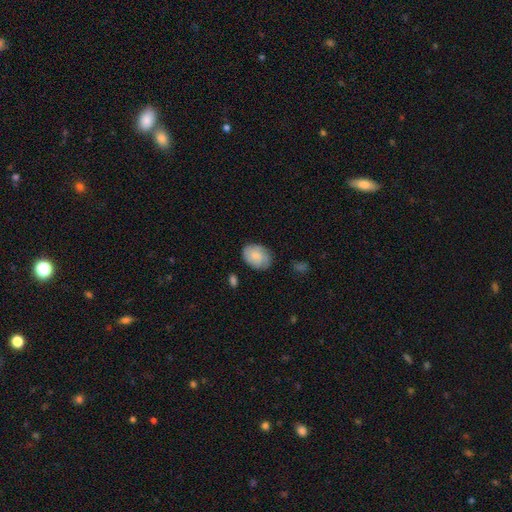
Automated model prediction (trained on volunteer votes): Smooth or featured? smooth (70%)
How rounded? in between (73%)
Merging? none (75%)